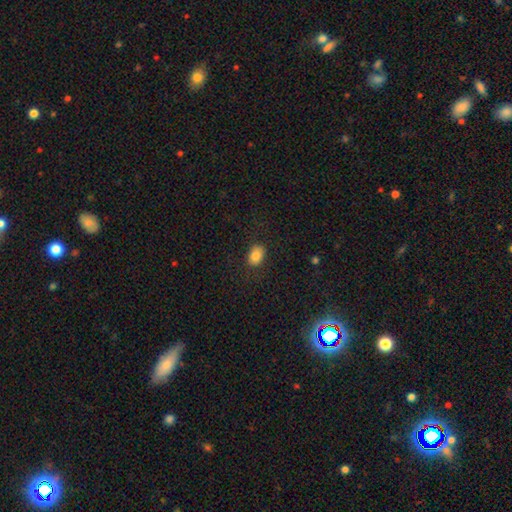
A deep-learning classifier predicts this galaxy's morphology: This is clearly a smooth galaxy (85%). How rounded: likely in between (77%). Merging: clearly none (84%).